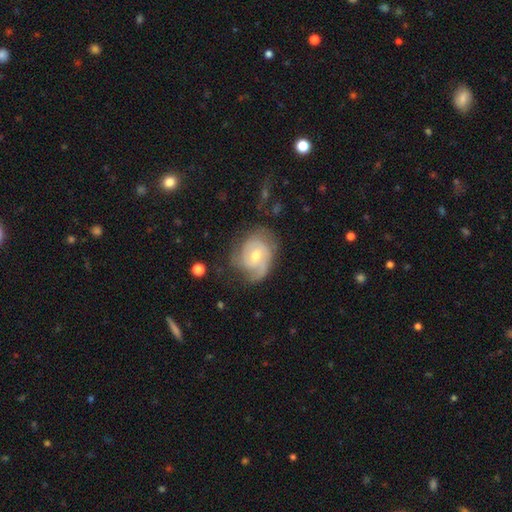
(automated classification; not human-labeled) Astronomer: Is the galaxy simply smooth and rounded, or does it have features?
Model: featured or disk — 81%.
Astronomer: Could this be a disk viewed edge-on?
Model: no — 97%.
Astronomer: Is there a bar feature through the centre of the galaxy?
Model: no — 57% (runner-up: weak, 36%).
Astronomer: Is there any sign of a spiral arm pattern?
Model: yes — 93%.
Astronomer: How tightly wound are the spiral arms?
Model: tight — 54% (runner-up: medium, 34%).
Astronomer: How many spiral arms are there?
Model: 2 — 43% (runner-up: can't tell, 22%).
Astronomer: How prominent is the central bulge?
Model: moderate — 65%.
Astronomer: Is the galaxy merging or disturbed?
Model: none — 60%.